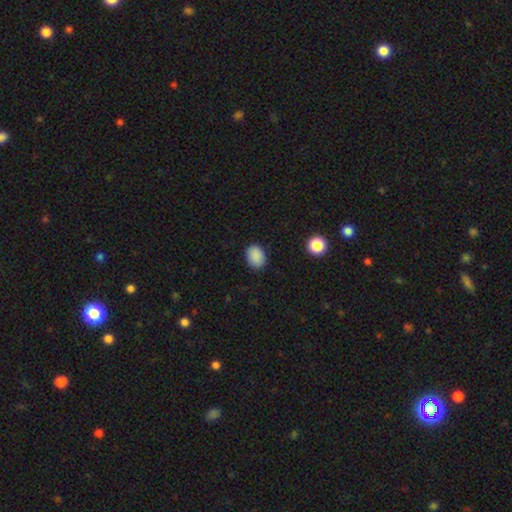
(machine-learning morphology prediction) The model was most divided on "how rounded": in between: 64%, round: 35%, cigar-shaped: 1%. More confident: smooth or featured — smooth (88%); merging — none (87%).